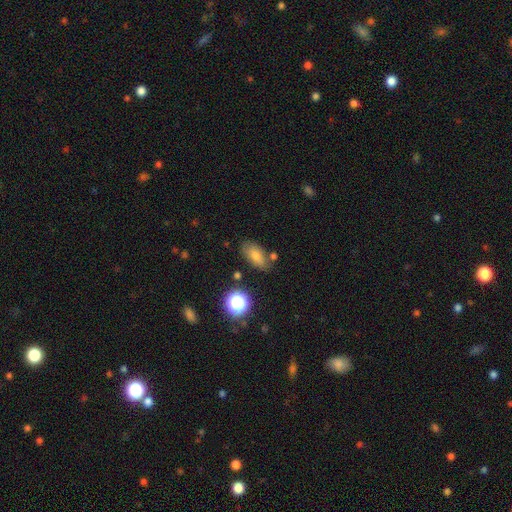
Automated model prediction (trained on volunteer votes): A smooth galaxy with no disk features (70%) that is in between round and cigar-shaped (87%). Merging: none (73%).